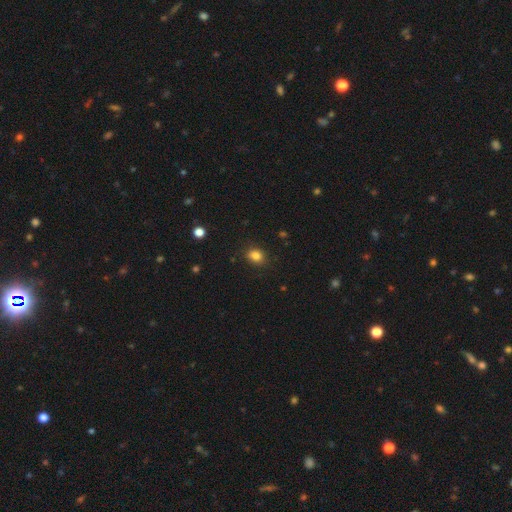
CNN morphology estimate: The model was most divided on "how rounded": in between: 52%, round: 47%, cigar-shaped: 1%. More confident: merging — none (86%); smooth or featured — smooth (83%).